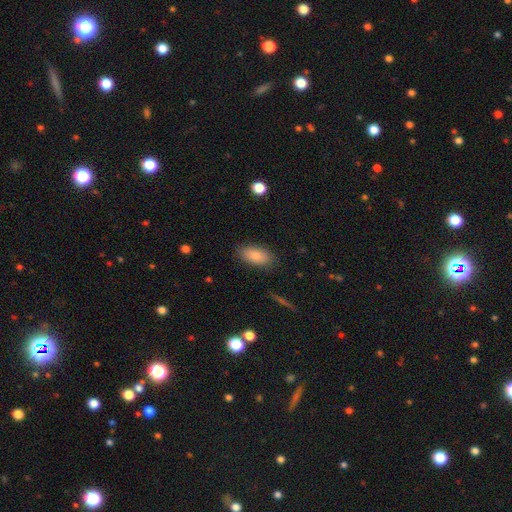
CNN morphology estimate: Smooth or featured?
  - smooth: 82% *
  - featured or disk: 10%
  - star or artifact: 7%
How rounded?
  - in between: 92% *
  - cigar-shaped: 4%
  - round: 4%
Merging?
  - none: 83% *
  - minor disturbance: 12%
  - major disturbance: 3%
  - merger: 1%